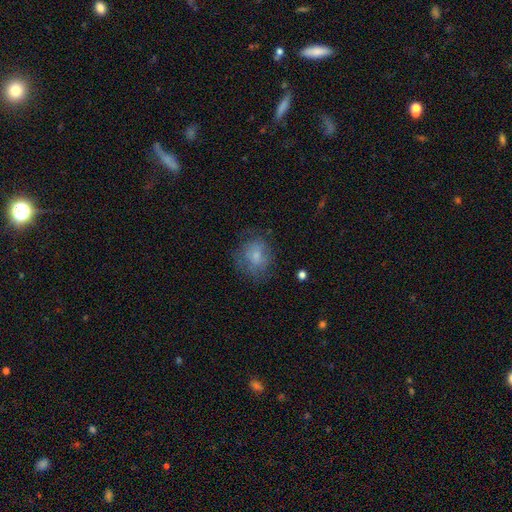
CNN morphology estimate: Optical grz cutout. It shows a smooth galaxy with no disk features (66%) that is round (67%). Merging: none (62%).